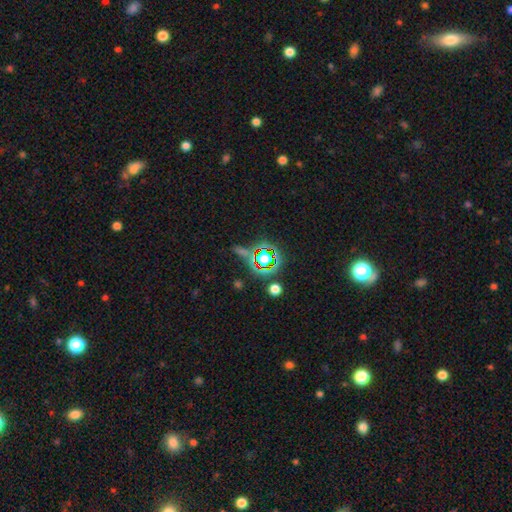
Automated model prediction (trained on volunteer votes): This appears to be a star or artifact, not a galaxy (77%).